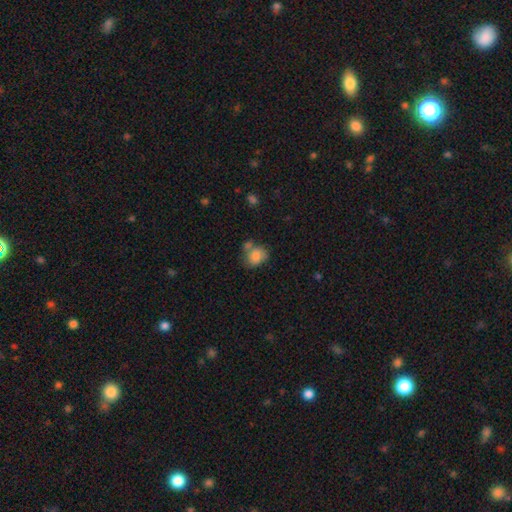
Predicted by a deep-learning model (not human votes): smooth-or-featured: smooth: 82% | featured or disk: 9% | star or artifact: 8%
  how-rounded: round: 51% | in between: 48% | cigar-shaped: 1%
  merging: none: 45% | merger: 28% | minor disturbance: 19% | major disturbance: 8%